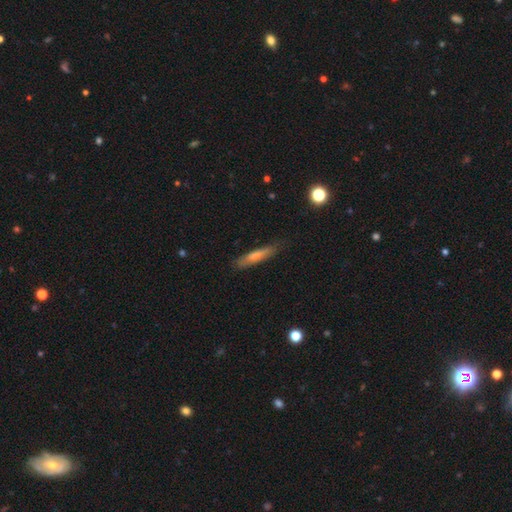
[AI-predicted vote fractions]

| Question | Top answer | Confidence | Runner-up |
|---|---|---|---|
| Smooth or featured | smooth | 70% | featured or disk (24%) |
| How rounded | cigar-shaped | 84% | in between (15%) |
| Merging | none | 77% | minor disturbance (18%) |